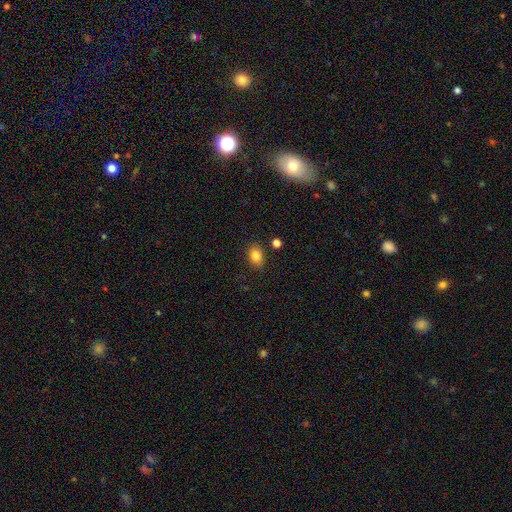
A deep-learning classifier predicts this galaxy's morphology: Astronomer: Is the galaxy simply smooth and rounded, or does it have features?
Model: smooth — 84%.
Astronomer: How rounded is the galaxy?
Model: in between — 69%.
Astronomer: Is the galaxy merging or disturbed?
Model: none — 84%.